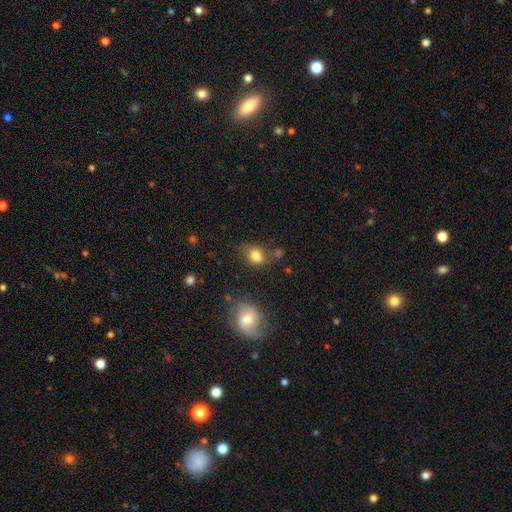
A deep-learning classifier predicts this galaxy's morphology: A smooth galaxy with no disk features (80%) that is round (50%).

Vote fractions:
- Smooth or featured? smooth: 80% / star or artifact: 11% / featured or disk: 9%
- How rounded? round: 50% / in between: 48% / cigar-shaped: 1%
- Merging? none: 63% / minor disturbance: 20% / merger: 10% / major disturbance: 7%